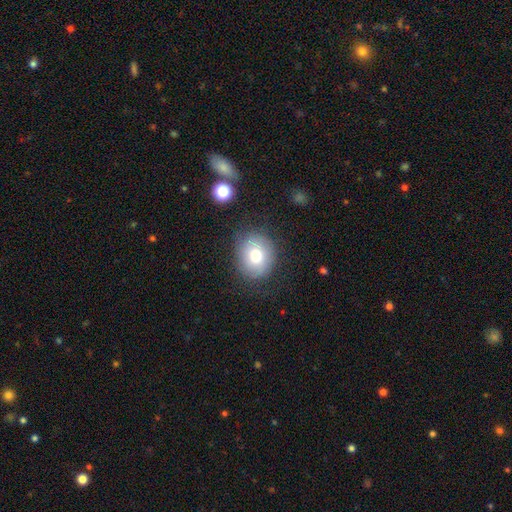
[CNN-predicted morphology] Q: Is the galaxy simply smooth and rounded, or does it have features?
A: smooth — 74%.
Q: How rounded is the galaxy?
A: round — 68%.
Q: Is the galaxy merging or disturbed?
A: none — 77%.